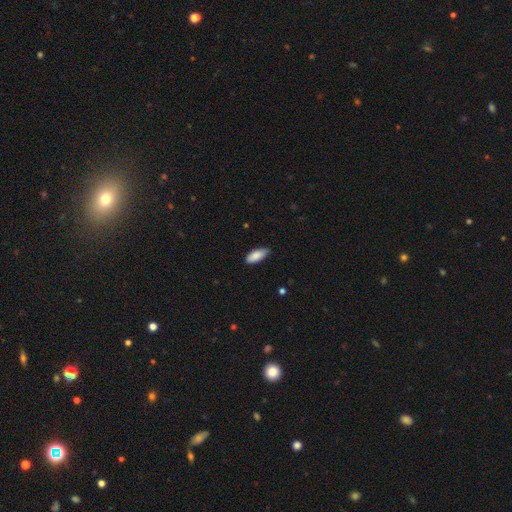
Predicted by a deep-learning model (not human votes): A smooth galaxy with no disk features (87%) that is in between round and cigar-shaped (85%). Merging: none (77%).